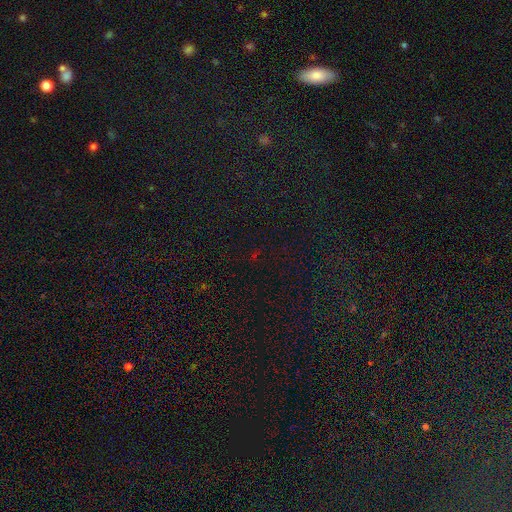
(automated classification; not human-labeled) This is likely a star or artifact rather than a galaxy (74%).